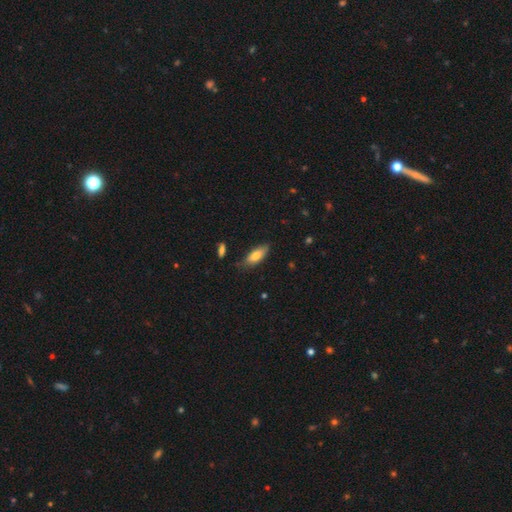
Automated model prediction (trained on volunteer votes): Smooth or featured? Predicted: smooth (p=0.76). How rounded? Predicted: in between (p=0.74). Merging? Predicted: none (p=0.75).